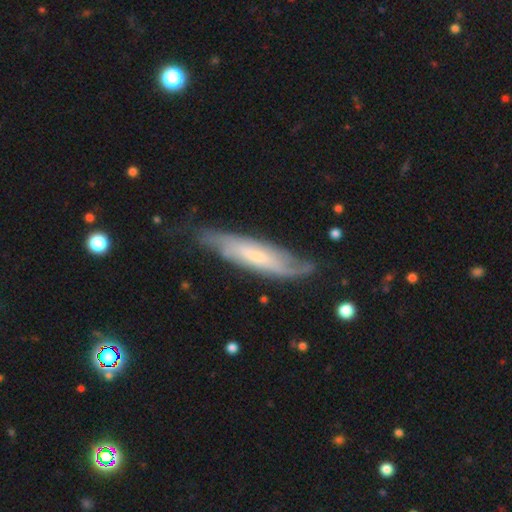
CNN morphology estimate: Q: Smooth or featured?
A: featured or disk (64%); runner-up: smooth (30%)
Q: Edge-on disk?
A: no (61%); runner-up: yes (39%)
Q: Merging?
A: none (66%); runner-up: minor disturbance (23%)